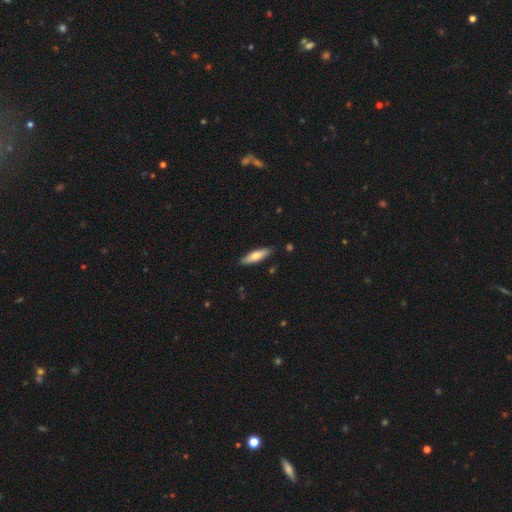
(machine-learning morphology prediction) The model was most divided on "how rounded": cigar-shaped: 62%, in between: 36%, round: 2%. More confident: merging — none (87%); smooth or featured — smooth (66%).